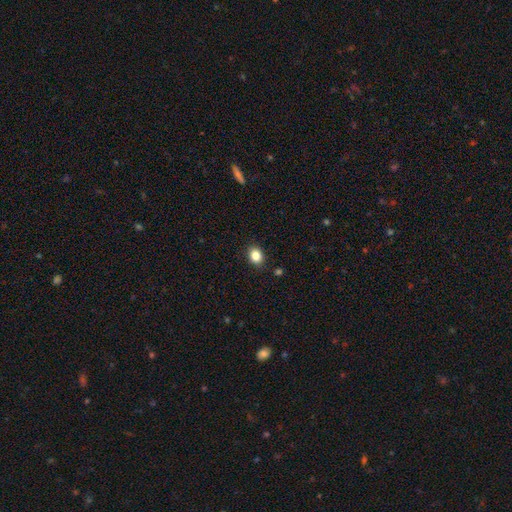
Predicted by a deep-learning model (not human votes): This appears to be a smooth galaxy with no disk features (85%) that is in between round and cigar-shaped (53%). Merging: none (89%).